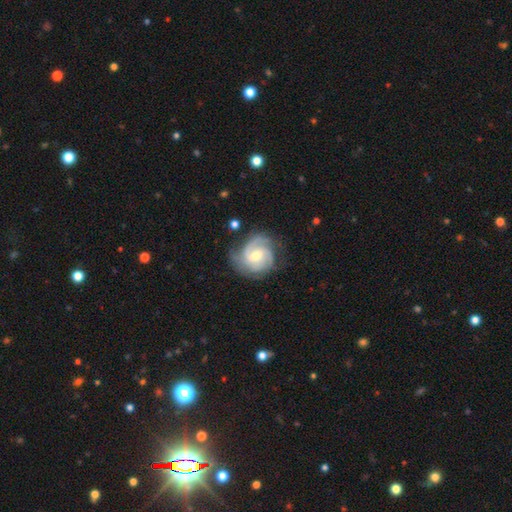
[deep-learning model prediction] featured or disk 84%, smooth 11%, star or artifact 5%. Down the decision tree: edge-on disk — no (98%); bar — weak (52%); spiral arms — yes (96%); spiral arm count — 3 (34%); spiral winding — tight (54%); bulge size — moderate (58%); merging — none (69%).